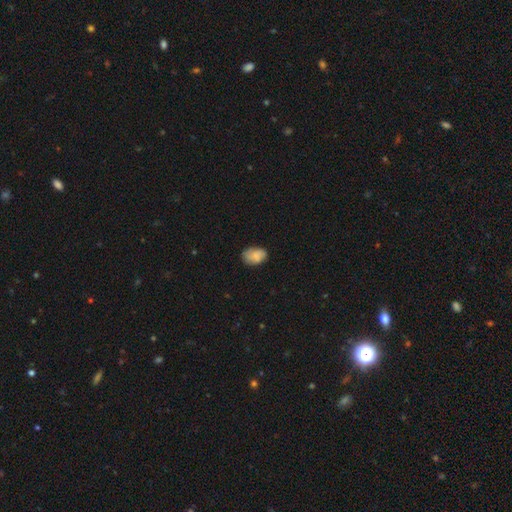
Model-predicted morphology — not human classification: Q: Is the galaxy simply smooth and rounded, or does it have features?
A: smooth — 80%.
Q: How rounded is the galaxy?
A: in between — 84%.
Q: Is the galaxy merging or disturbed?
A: none — 66%.